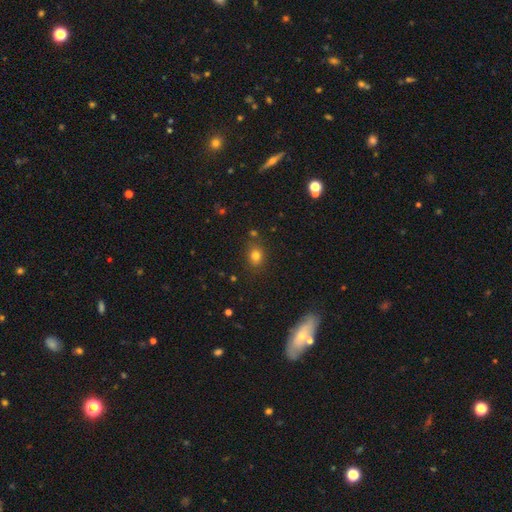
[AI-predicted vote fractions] This appears to be a smooth galaxy with no disk features (78%) that is round (60%). Merging: none (80%).